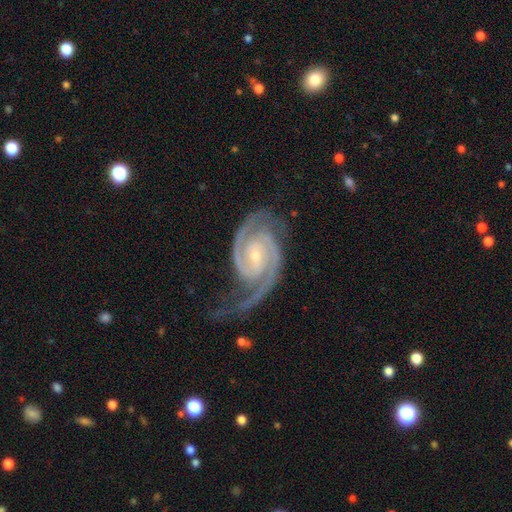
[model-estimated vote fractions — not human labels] The model was most divided on "bar": no: 45%, weak: 36%, strong: 19%. More confident: spiral arms — yes (99%); edge-on disk — no (98%); smooth or featured — featured or disk (94%); spiral arm count — 2 (89%); bulge size — small (71%); merging — none (64%); spiral winding — tight (52%).